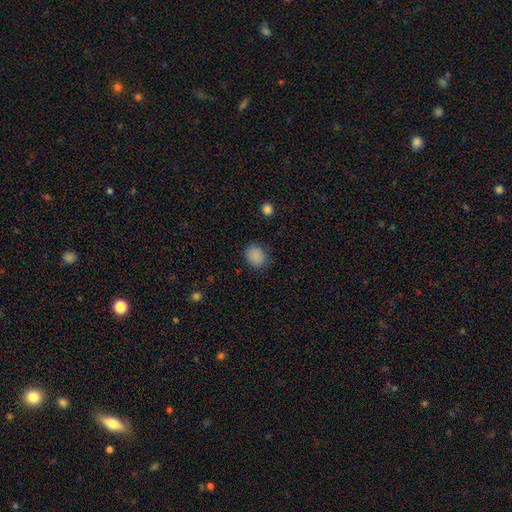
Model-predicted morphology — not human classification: smooth 86%, star or artifact 11%, featured or disk 3%. Down the decision tree: how rounded — round (60%); merging — none (83%).